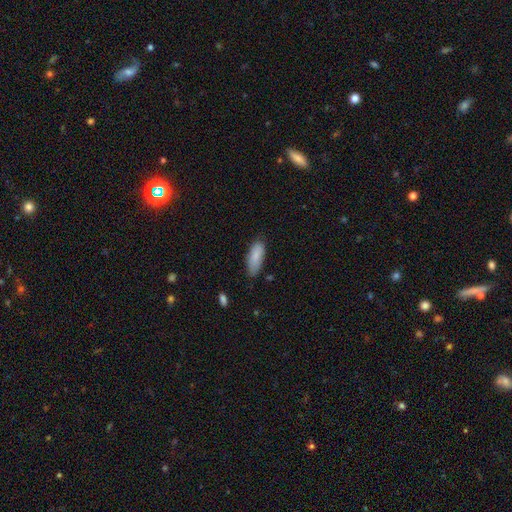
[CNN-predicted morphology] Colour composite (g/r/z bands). It shows a smooth galaxy with no disk features (86%) that is in between round and cigar-shaped (74%). Merging: none (71%).